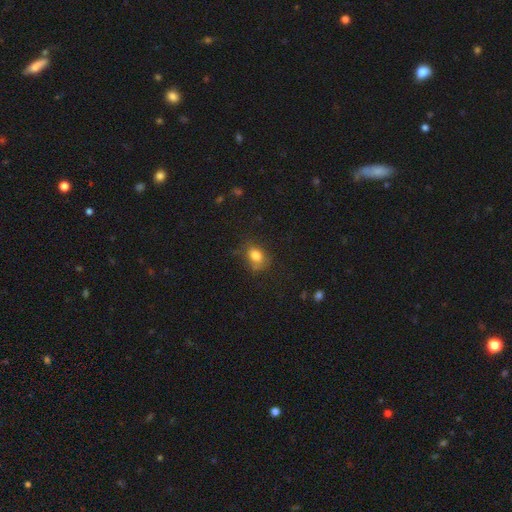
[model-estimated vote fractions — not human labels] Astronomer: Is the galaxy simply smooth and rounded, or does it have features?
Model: smooth — 80%.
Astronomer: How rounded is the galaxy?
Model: in between — 67%.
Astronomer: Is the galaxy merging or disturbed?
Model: none — 64%.